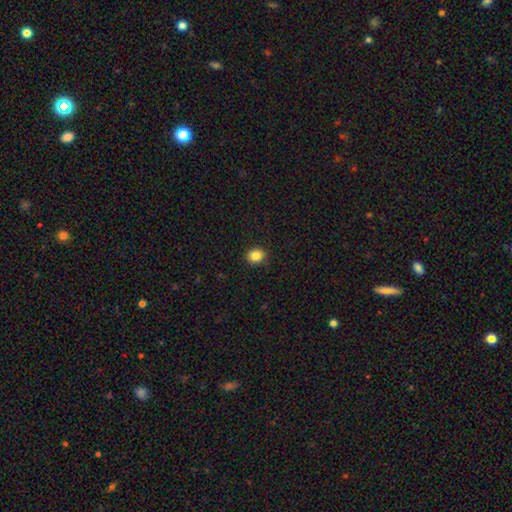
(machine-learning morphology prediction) Smooth or featured?
  - smooth: 85% *
  - star or artifact: 10%
  - featured or disk: 5%
How rounded?
  - round: 66% *
  - in between: 33%
  - cigar-shaped: 1%
Merging?
  - none: 90% *
  - minor disturbance: 7%
  - major disturbance: 2%
  - merger: 1%